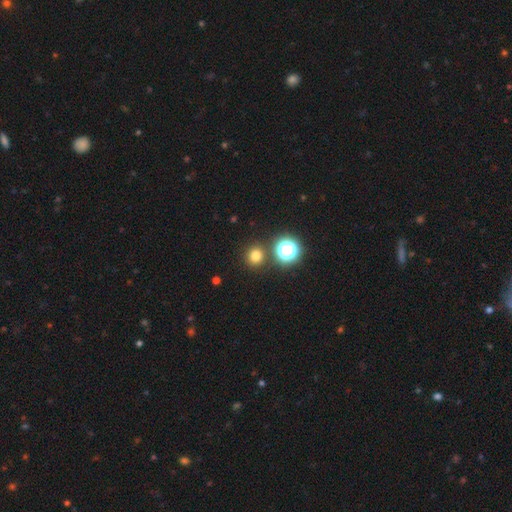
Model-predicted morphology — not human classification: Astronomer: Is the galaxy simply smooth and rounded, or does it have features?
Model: smooth — 74%.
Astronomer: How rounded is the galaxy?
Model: round — 91%.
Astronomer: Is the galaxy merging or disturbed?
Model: none — 86%.